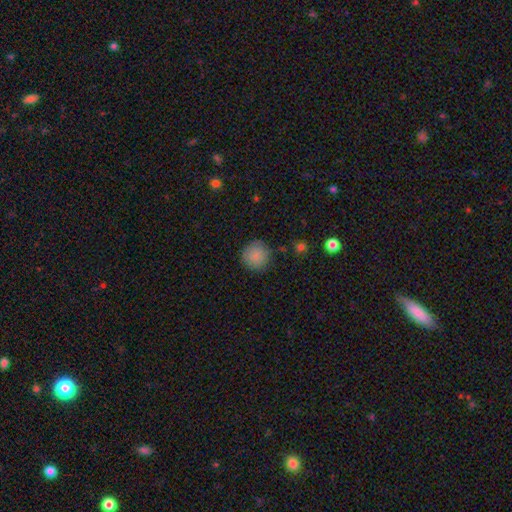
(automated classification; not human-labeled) Smooth or featured? smooth (86%)
How rounded? round (94%)
Merging? none (85%)